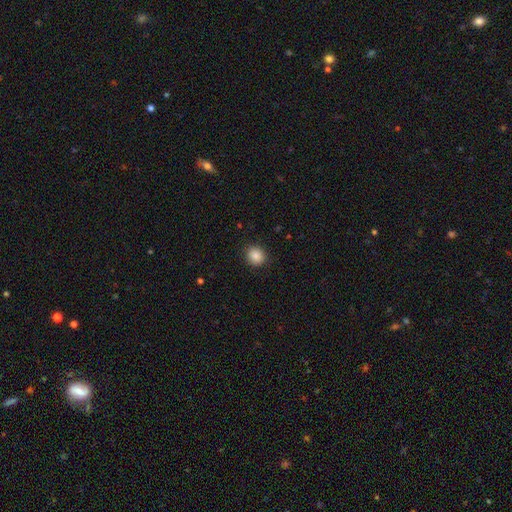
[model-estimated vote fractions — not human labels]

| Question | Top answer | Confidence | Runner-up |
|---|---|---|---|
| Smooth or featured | smooth | 87% | star or artifact (9%) |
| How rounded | round | 84% | in between (15%) |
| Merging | none | 91% | minor disturbance (6%) |